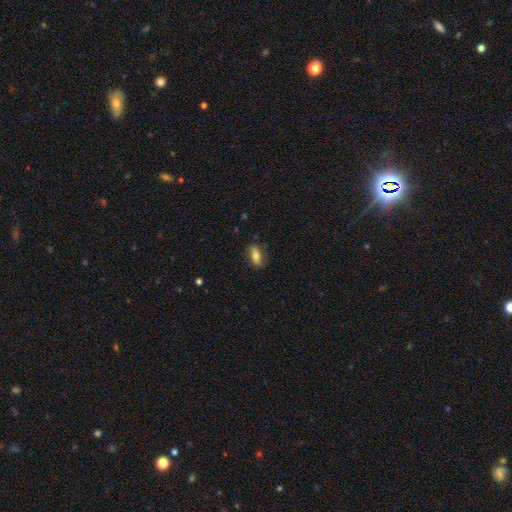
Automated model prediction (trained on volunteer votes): Smooth or featured?
  - smooth: 74% *
  - featured or disk: 19%
  - star or artifact: 7%
How rounded?
  - in between: 77% *
  - cigar-shaped: 20%
  - round: 4%
Merging?
  - none: 78% *
  - minor disturbance: 17%
  - major disturbance: 4%
  - merger: 1%